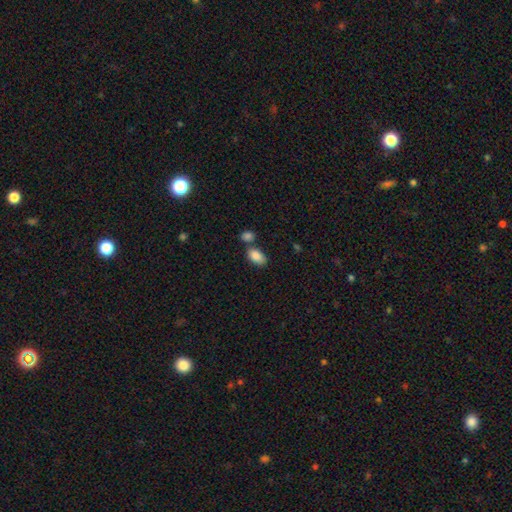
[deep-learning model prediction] Smooth or featured?
  - smooth: 87% *
  - star or artifact: 7%
  - featured or disk: 6%
How rounded?
  - in between: 92% *
  - round: 6%
  - cigar-shaped: 2%
Merging?
  - none: 58% *
  - merger: 24%
  - minor disturbance: 13%
  - major disturbance: 4%